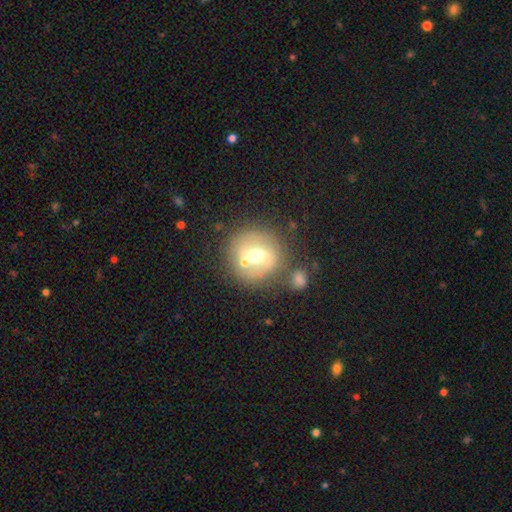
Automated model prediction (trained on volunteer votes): Smooth or featured? Predicted: featured or disk (p=0.48). Merging? Predicted: none (p=0.66).